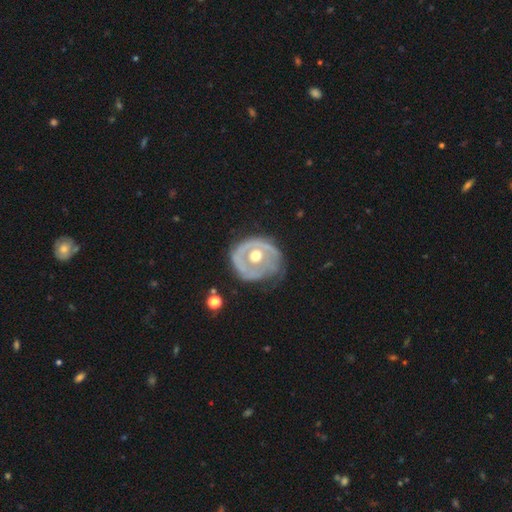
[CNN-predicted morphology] Smooth or featured? featured or disk (72%)
Edge-on disk? no (96%)
Bar? no (83%)
Spiral arms? no (51%)
Bulge size? moderate (80%)
Merging? none (51%)